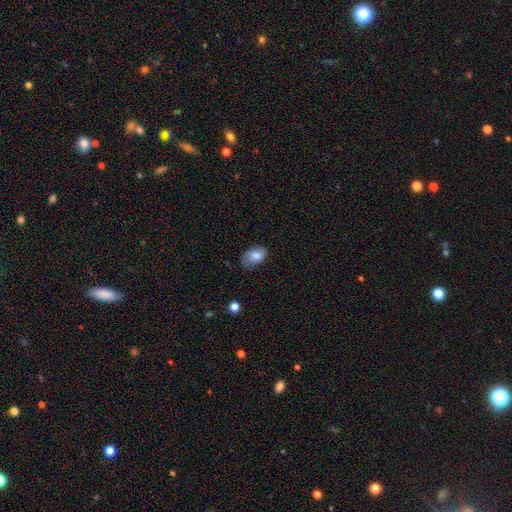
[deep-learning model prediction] Smooth or featured?
  - smooth: 81% *
  - featured or disk: 12%
  - star or artifact: 7%
How rounded?
  - in between: 87% *
  - round: 12%
  - cigar-shaped: 1%
Merging?
  - none: 65% *
  - minor disturbance: 27%
  - major disturbance: 6%
  - merger: 1%